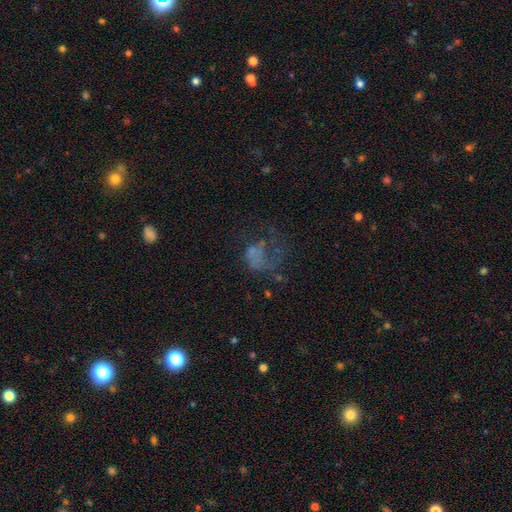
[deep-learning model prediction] featured or disk 46%, smooth 35%, star or artifact 20%. Down the decision tree: merging — major disturbance (53%).